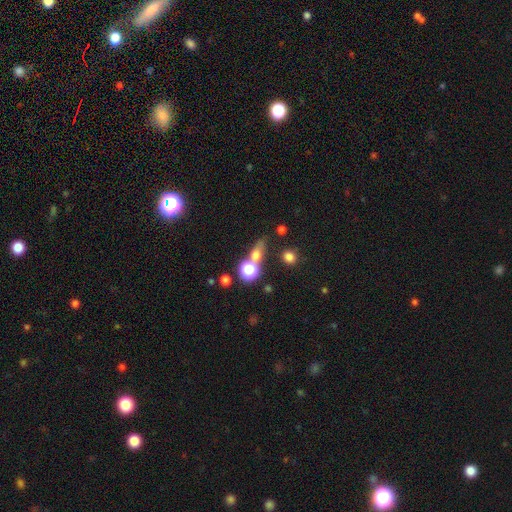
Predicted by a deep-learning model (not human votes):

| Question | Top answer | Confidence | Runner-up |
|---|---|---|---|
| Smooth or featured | smooth | 57% | star or artifact (26%) |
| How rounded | round | 46% | in between (40%) |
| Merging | none | 55% | merger (24%) |